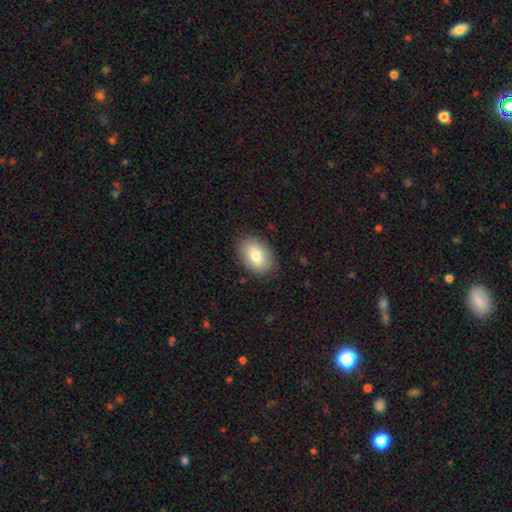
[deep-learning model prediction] Smooth or featured? smooth (79%)
How rounded? in between (84%)
Merging? none (87%)